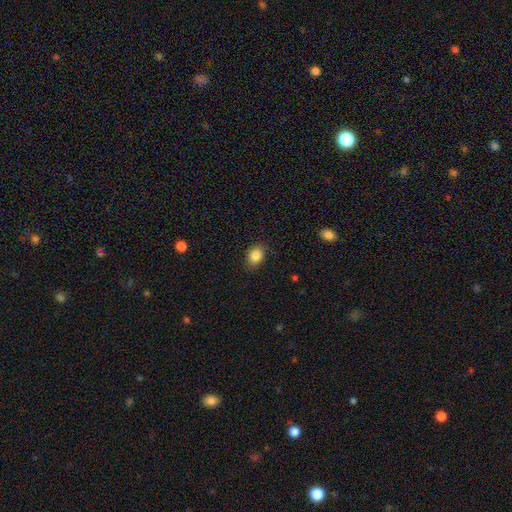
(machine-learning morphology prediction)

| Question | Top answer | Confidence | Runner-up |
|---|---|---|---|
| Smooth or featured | smooth | 86% | star or artifact (9%) |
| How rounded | in between | 62% | round (37%) |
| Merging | none | 84% | minor disturbance (13%) |